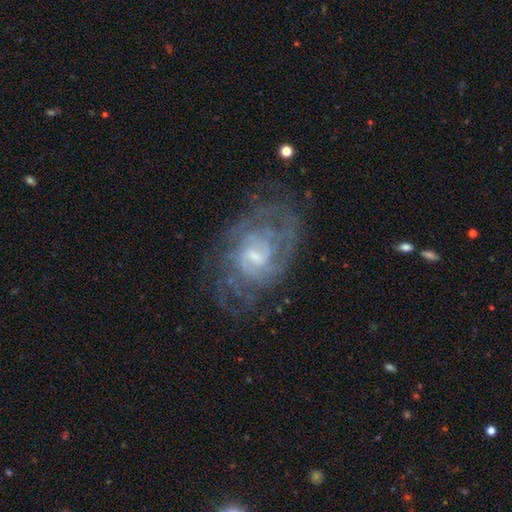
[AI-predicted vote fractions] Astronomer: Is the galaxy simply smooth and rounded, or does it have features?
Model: featured or disk — 80%.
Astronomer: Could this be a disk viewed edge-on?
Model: no — 97%.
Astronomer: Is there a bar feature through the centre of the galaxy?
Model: weak — 56% (runner-up: no, 33%).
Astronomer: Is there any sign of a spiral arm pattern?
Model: yes — 87%.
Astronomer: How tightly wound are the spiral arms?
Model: tight — 50% (runner-up: medium, 37%).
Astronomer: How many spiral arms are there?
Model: can't tell — 51%.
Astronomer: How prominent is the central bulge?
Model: small — 51% (runner-up: moderate, 32%).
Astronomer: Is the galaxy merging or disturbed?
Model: none — 62%.